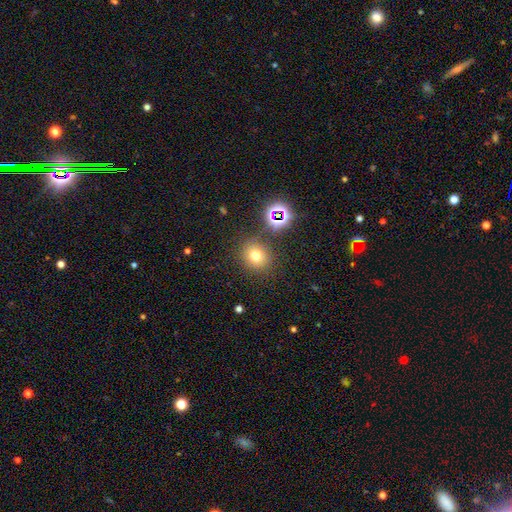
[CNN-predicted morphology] The model was most divided on "smooth or featured": smooth: 68%, star or artifact: 22%, featured or disk: 9%. More confident: how rounded — round (83%); merging — none (81%).